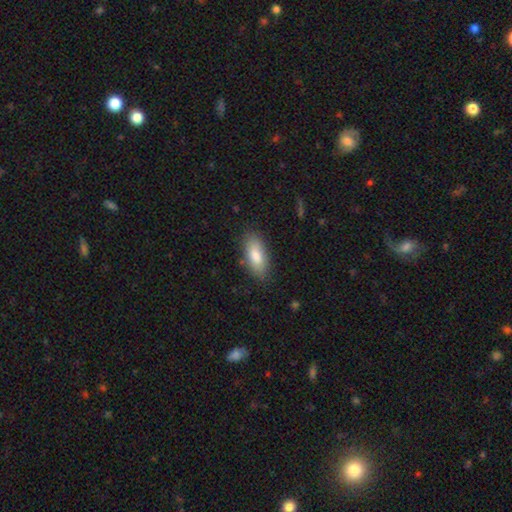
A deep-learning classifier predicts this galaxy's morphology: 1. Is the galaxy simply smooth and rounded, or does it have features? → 80% smooth, 13% featured or disk, 7% star or artifact.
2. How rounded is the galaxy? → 84% in between, 13% cigar-shaped, 2% round.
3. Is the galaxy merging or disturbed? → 83% none, 13% minor disturbance, 3% major disturbance, 1% merger.